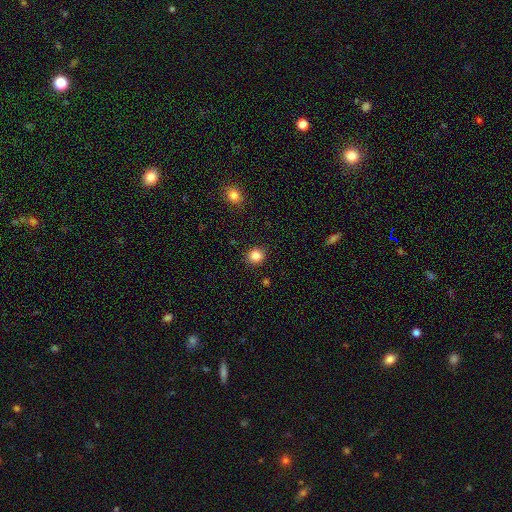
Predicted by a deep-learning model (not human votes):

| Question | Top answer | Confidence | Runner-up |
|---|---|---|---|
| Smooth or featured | smooth | 85% | star or artifact (11%) |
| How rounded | round | 85% | in between (14%) |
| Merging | none | 91% | minor disturbance (6%) |